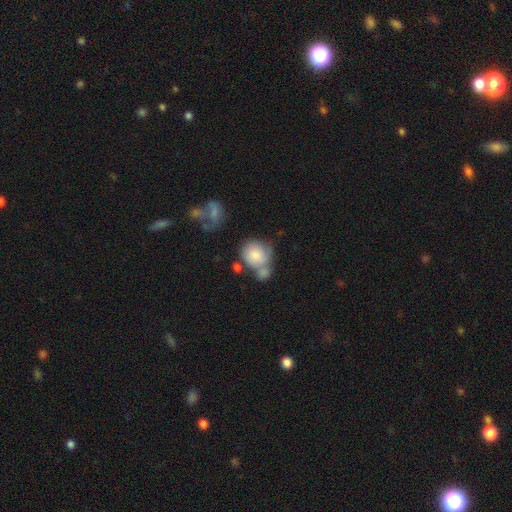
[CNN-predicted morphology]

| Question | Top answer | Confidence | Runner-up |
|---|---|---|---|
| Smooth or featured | smooth | 76% | featured or disk (17%) |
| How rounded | round | 74% | in between (25%) |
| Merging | merger | 42% | none (29%) |